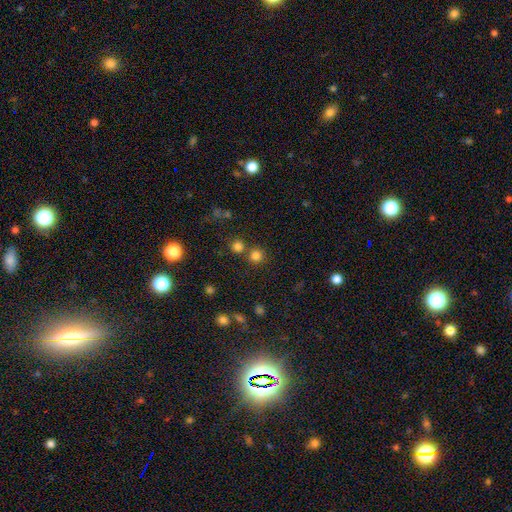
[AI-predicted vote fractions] This is likely a smooth galaxy (78%). How rounded: clearly round (93%). Merging: likely none (71%).